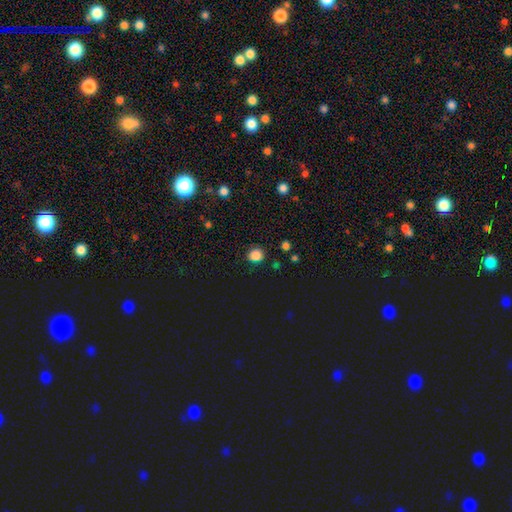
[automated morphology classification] type=smooth (84%); roundness=round (82%); merging=none (85%).